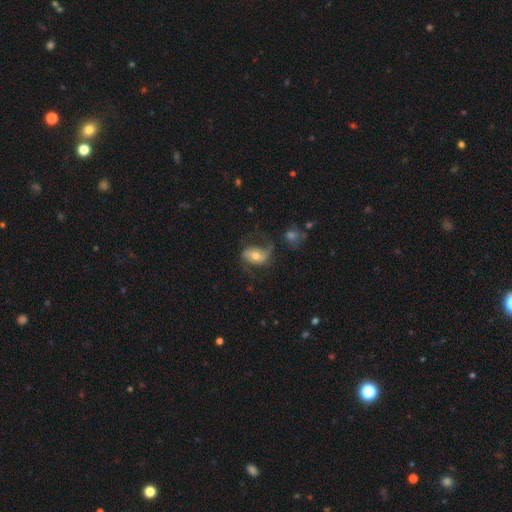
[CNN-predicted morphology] smooth-or-featured: featured or disk: 65% | smooth: 27% | star or artifact: 8%
  disk-edge-on: no: 96% | yes: 4%
    bar: no: 46% | weak: 33% | strong: 21%
    has-spiral-arms: yes: 88% | no: 12%
      spiral-winding: loose: 56% | medium: 34% | tight: 10%
      spiral-arm-count: 2: 75% | 1: 15% | can't tell: 6% | 3: 1% | 4: 1% | more than 4: 1%
    bulge-size: moderate: 65% | small: 24% | large: 8% | none: 2% | dominant: 1%
  merging: none: 47% | major disturbance: 27% | minor disturbance: 21% | merger: 4%